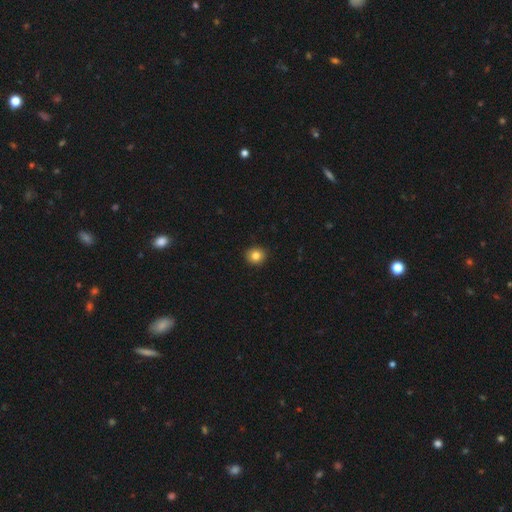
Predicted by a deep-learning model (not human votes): smooth 83%, star or artifact 11%, featured or disk 6%. Down the decision tree: how rounded — round (89%); merging — none (93%).